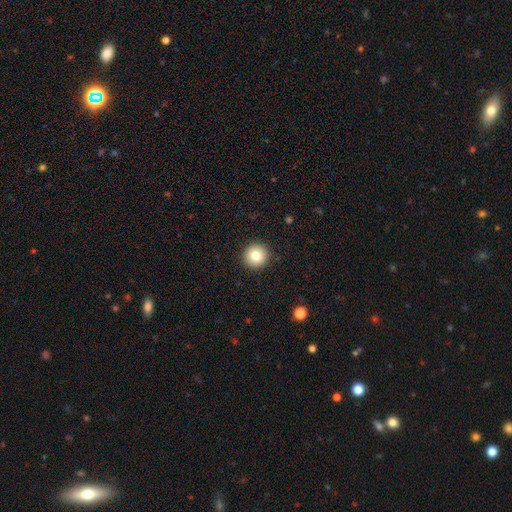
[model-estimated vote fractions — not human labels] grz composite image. It shows a smooth galaxy with no disk features (81%) that is round (95%). Merging: none (93%).